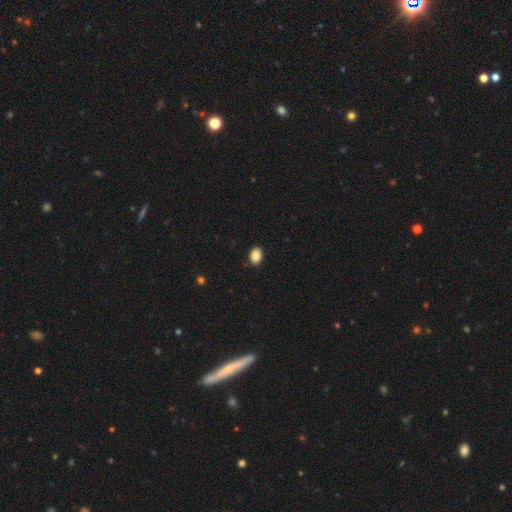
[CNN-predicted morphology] Overall: smooth (88%). How rounded: in between (79%). Merging: none (89%).